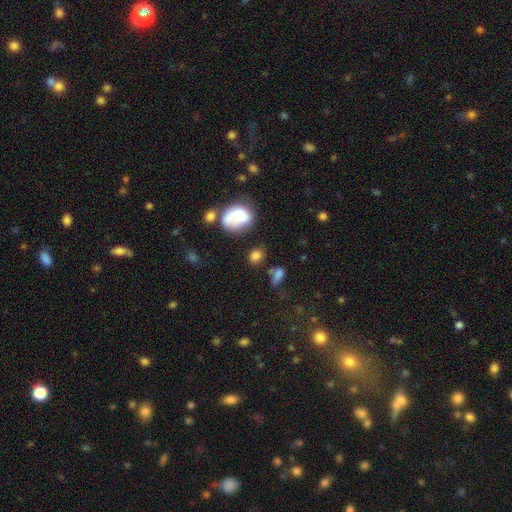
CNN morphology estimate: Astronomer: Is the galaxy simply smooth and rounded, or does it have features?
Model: smooth — 78%.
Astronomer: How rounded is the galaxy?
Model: in between — 54% (runner-up: round, 43%).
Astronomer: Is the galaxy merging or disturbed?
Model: none — 62%.